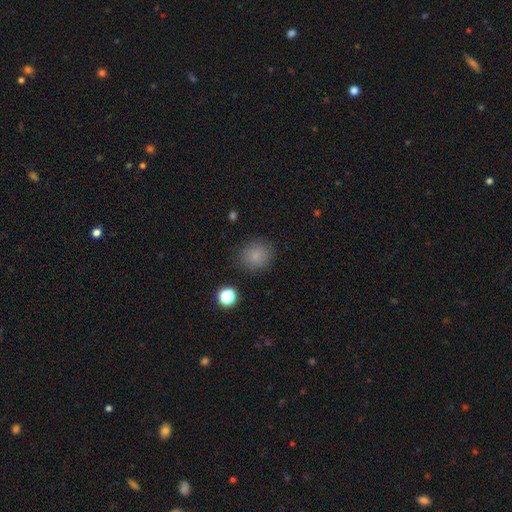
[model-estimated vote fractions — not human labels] Morphology: type=smooth (82%); roundness=round (84%); merging=none (85%).